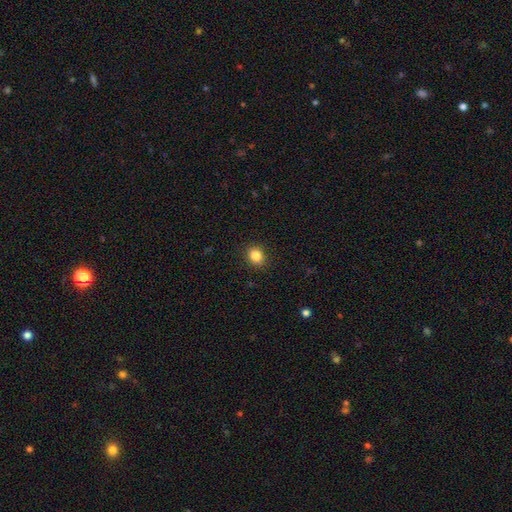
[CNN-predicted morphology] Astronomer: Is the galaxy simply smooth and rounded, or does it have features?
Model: smooth — 85%.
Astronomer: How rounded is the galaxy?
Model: round — 60% (runner-up: in between, 39%).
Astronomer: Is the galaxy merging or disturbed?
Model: none — 90%.